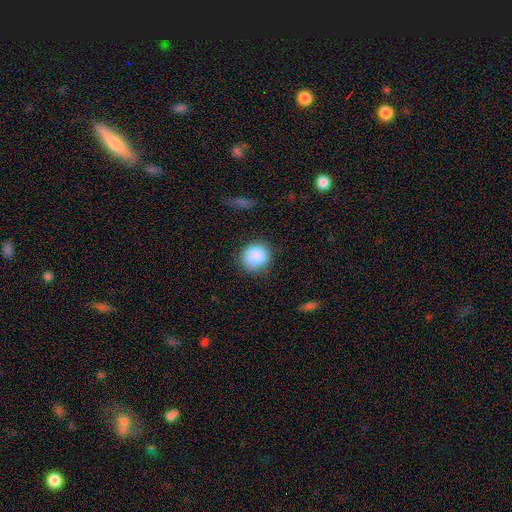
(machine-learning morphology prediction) smooth 88%, star or artifact 8%, featured or disk 4%. Down the decision tree: how rounded — round (84%); merging — none (82%).